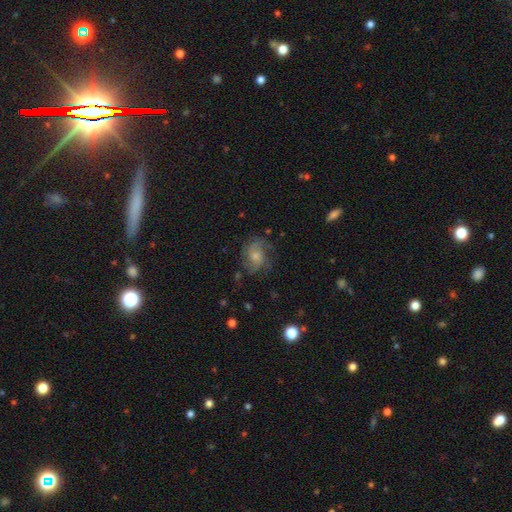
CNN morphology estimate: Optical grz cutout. It shows a featured or disk galaxy (57%) with no bar (75%), spiral arms (83%) and a moderate central bulge (46%). Merging: none (61%).